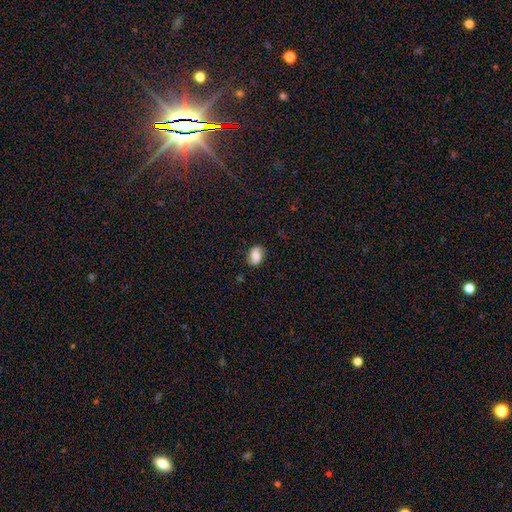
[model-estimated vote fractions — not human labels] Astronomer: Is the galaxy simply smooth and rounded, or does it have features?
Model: smooth — 62%.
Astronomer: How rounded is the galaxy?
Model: in between — 76%.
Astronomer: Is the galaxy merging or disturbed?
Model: none — 78%.